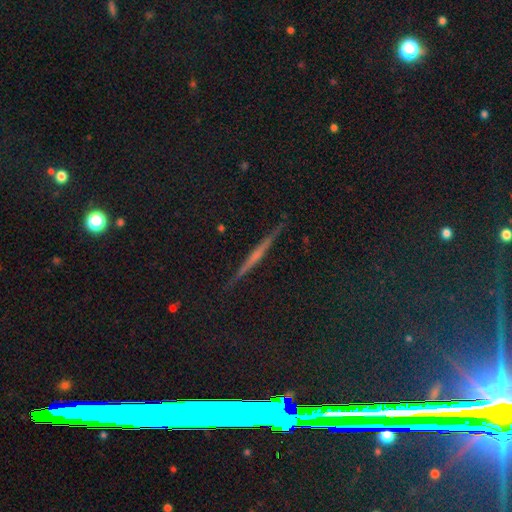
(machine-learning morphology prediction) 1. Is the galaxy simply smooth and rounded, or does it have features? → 53% featured or disk, 24% smooth, 23% star or artifact.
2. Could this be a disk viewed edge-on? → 96% yes, 4% no.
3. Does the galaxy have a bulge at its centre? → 55% none, 30% rounded, 15% boxy.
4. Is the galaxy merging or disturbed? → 90% none, 7% minor disturbance, 2% major disturbance, 1% merger.